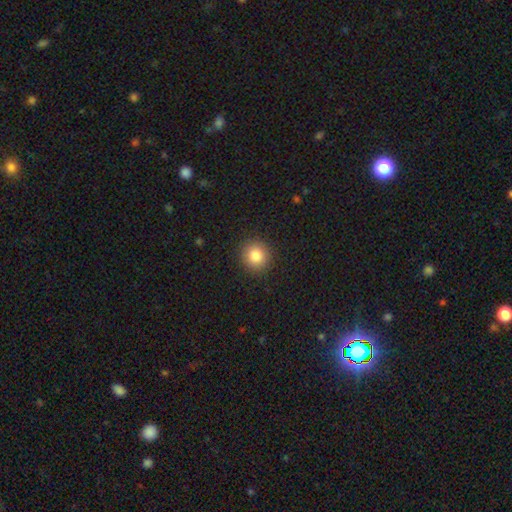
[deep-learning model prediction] Morphology: type=smooth (83%); roundness=round (90%); merging=none (92%).